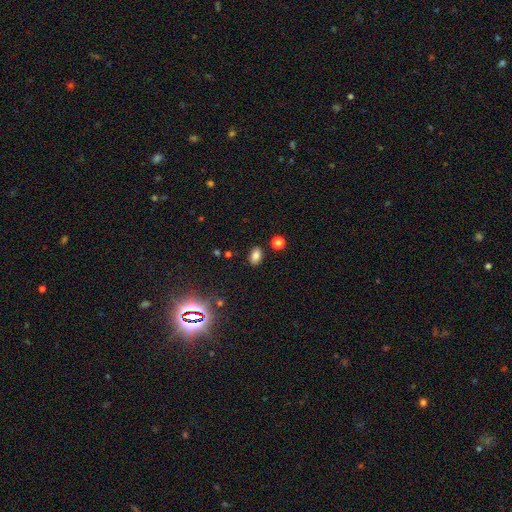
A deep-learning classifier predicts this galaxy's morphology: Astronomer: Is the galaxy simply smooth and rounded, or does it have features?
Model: smooth — 80%.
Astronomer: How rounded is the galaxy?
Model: in between — 84%.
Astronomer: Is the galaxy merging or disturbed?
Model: none — 85%.